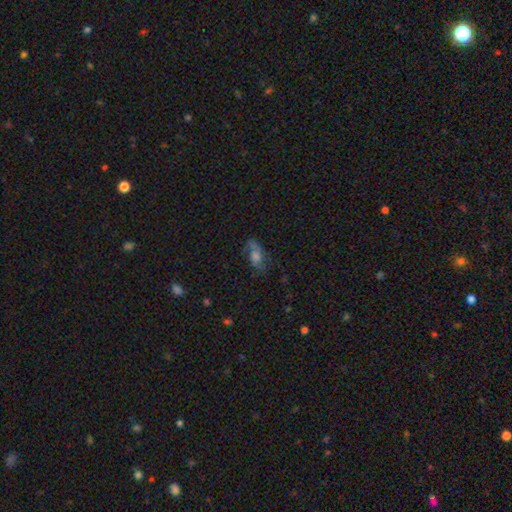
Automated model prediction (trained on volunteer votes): Smooth or featured: featured or disk — 54% (smooth — 30%)
Edge-on disk: no — 89% (yes — 11%)
Merging: none — 62% (minor disturbance — 21%)